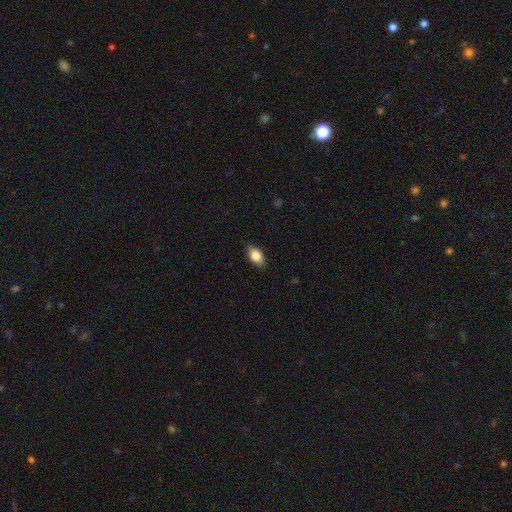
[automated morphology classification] Smooth or featured? smooth (82%)
How rounded? in between (88%)
Merging? none (84%)